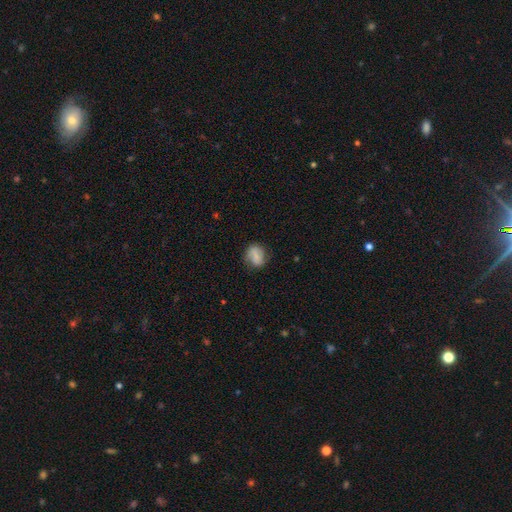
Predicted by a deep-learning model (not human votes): This appears to be a smooth galaxy with no disk features (65%) that is round (54%). Merging: none (69%).